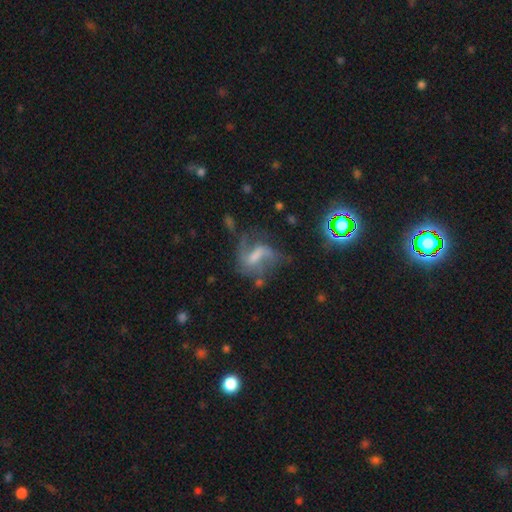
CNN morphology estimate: Overall: featured or disk (66%). Edge-on disk: no (95%). Bar: weak (45%; strong 35%). Spiral arms: yes (82%). Spiral arm count: 2 (62%). Spiral winding: loose (52%; medium 36%). Bulge size: moderate (32%; none 31%). Merging: none (42%; major disturbance 30%).